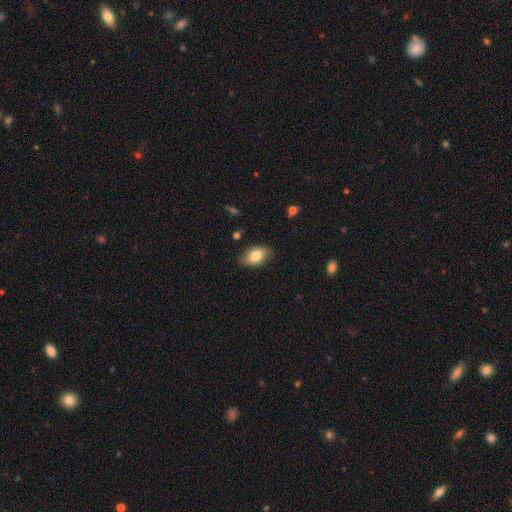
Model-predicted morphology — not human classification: Smooth or featured? Predicted: smooth (p=0.78). How rounded? Predicted: in between (p=0.91). Merging? Predicted: none (p=0.84).